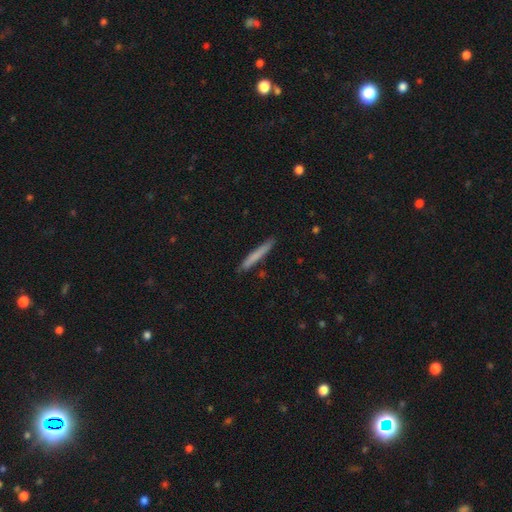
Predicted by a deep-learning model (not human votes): Morphology: type=smooth (73%); roundness=cigar-shaped (96%); merging=none (87%).